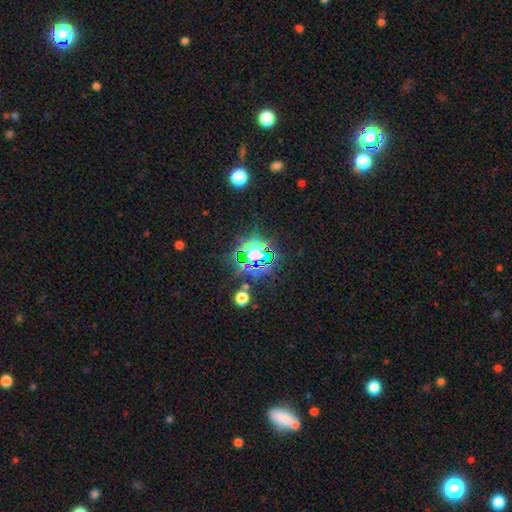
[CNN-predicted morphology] Smooth or featured? star or artifact (74%)